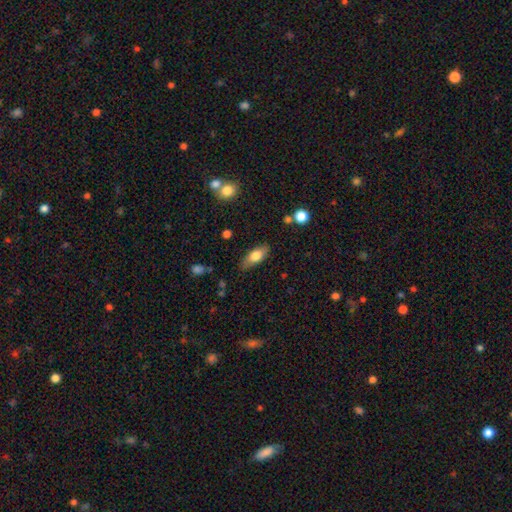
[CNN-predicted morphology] This is likely a smooth galaxy (73%). How rounded: likely in between (78%). Merging: clearly none (81%).